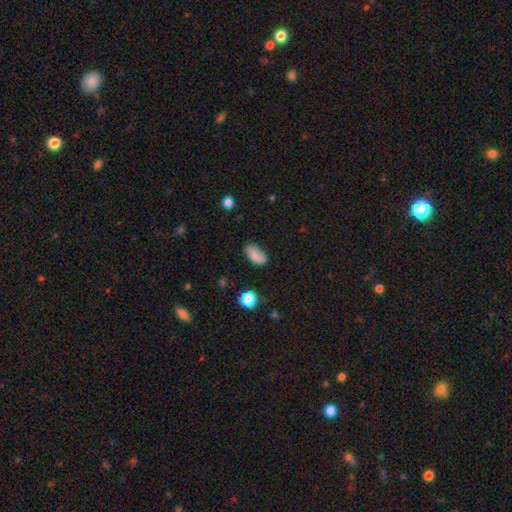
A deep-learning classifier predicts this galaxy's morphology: smooth 79%, featured or disk 12%, star or artifact 9%. Down the decision tree: how rounded — in between (92%); merging — none (70%).